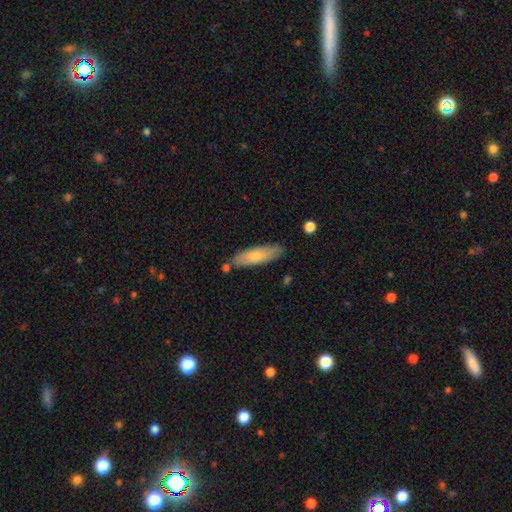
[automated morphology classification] Overall: smooth (74%). How rounded: cigar-shaped (58%; in between 40%). Merging: none (80%).